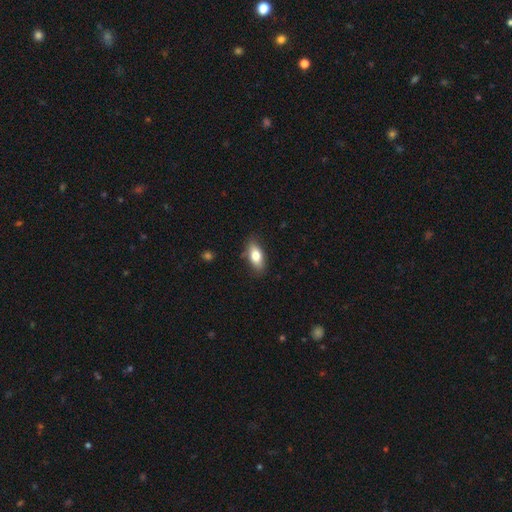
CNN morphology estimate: type=smooth (77%); roundness=in between (83%); merging=none (82%).